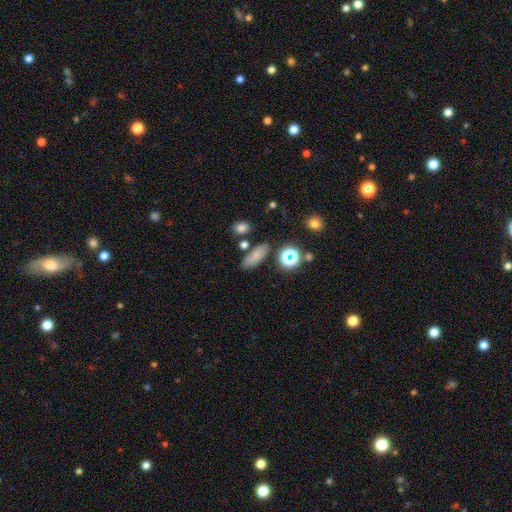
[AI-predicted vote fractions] This appears to be a smooth galaxy with no disk features (76%) that is in between round and cigar-shaped (70%). Merging: none (75%).